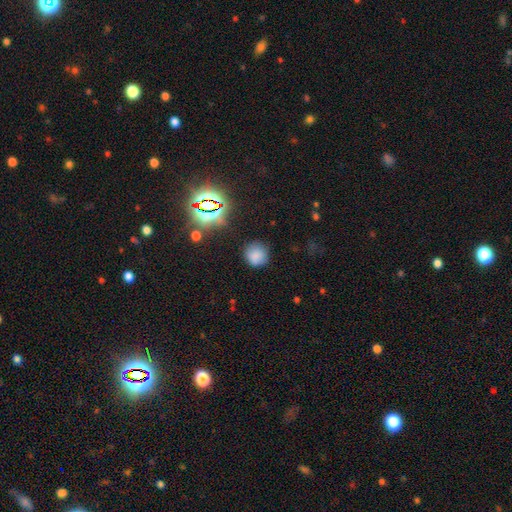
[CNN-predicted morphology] smooth-or-featured: smooth: 76% | star or artifact: 17% | featured or disk: 7%
  how-rounded: round: 90% | in between: 9% | cigar-shaped: 1%
  merging: none: 83% | minor disturbance: 12% | major disturbance: 4% | merger: 2%